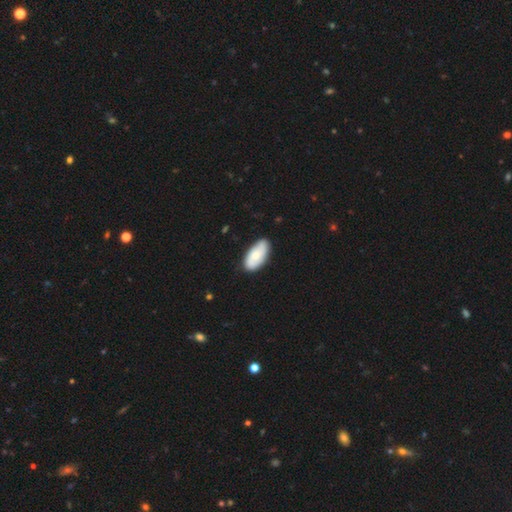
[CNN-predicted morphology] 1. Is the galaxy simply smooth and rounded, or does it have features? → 65% smooth, 30% featured or disk, 5% star or artifact.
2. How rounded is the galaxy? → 94% in between, 4% cigar-shaped, 2% round.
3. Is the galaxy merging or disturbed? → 81% none, 15% minor disturbance, 3% major disturbance, 1% merger.